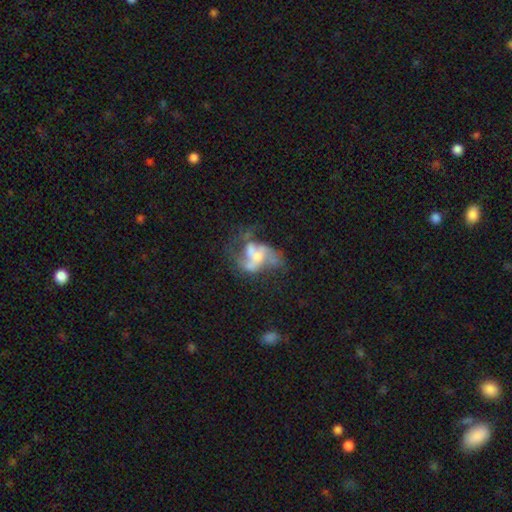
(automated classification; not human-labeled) smooth-or-featured: featured or disk: 69% | smooth: 21% | star or artifact: 10%
  disk-edge-on: no: 97% | yes: 3%
    bar: no: 63% | weak: 28% | strong: 9%
    has-spiral-arms: yes: 58% | no: 42%
    bulge-size: moderate: 39% | small: 26% | none: 21% | large: 11% | dominant: 2%
  merging: major disturbance: 36% | none: 27% | merger: 22% | minor disturbance: 15%